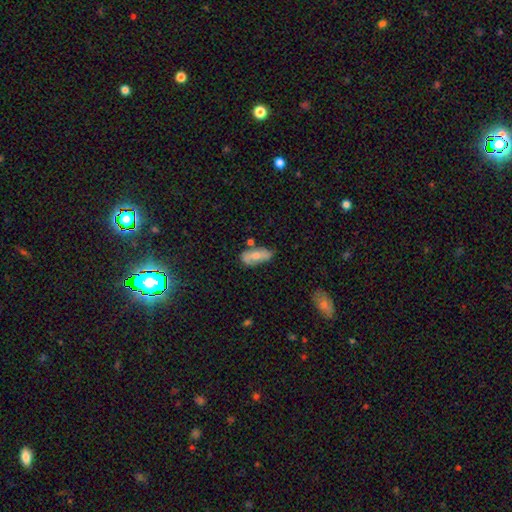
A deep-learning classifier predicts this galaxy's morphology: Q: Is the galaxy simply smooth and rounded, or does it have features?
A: smooth — 60%.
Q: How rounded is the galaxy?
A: in between — 81%.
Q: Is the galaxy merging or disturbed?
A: none — 56%.